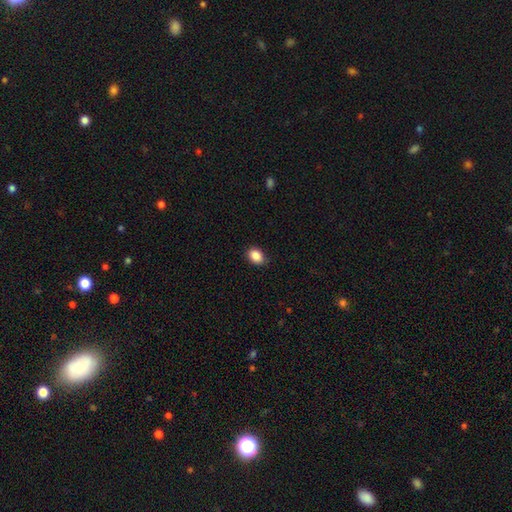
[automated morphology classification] smooth-or-featured: smooth: 89% | star or artifact: 8% | featured or disk: 3%
  how-rounded: in between: 77% | round: 22% | cigar-shaped: 1%
  merging: none: 84% | minor disturbance: 13% | major disturbance: 2% | merger: 1%